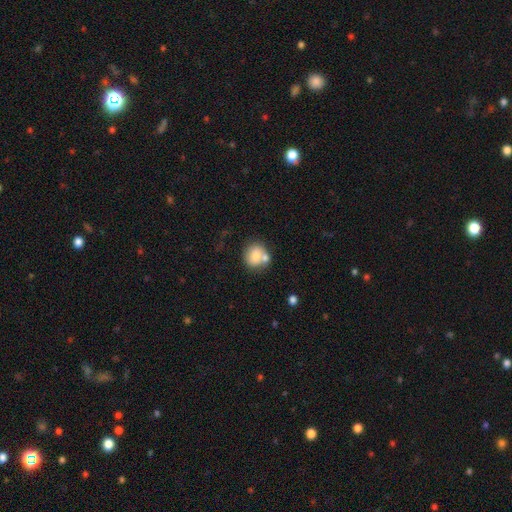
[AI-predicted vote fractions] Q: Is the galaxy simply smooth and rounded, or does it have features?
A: smooth — 79%.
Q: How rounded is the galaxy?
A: round — 73%.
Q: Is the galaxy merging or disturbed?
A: none — 48%.